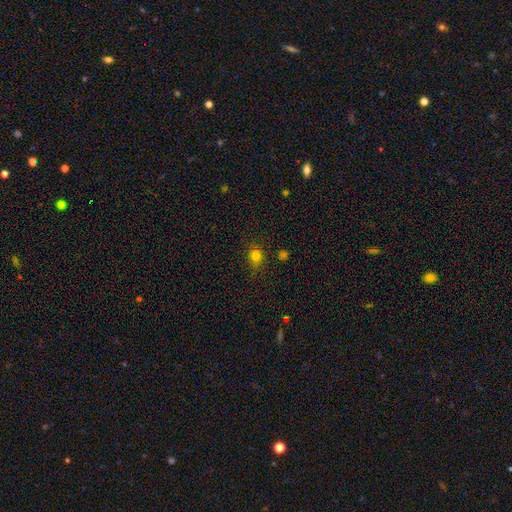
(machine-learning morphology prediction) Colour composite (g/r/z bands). It shows a smooth galaxy with no disk features (78%) that is round (73%). Merging: none (79%).